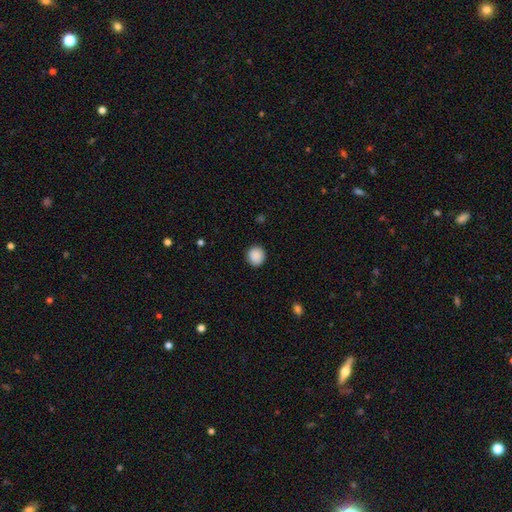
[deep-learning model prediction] Q: Smooth or featured?
A: smooth (90%); runner-up: star or artifact (8%)
Q: How rounded?
A: round (88%); runner-up: in between (11%)
Q: Merging?
A: none (91%); runner-up: minor disturbance (6%)